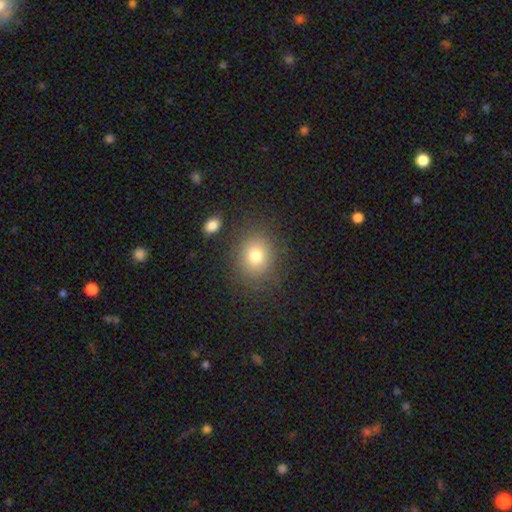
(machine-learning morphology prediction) Overall: smooth (78%). How rounded: round (61%; in between 38%). Merging: none (83%).